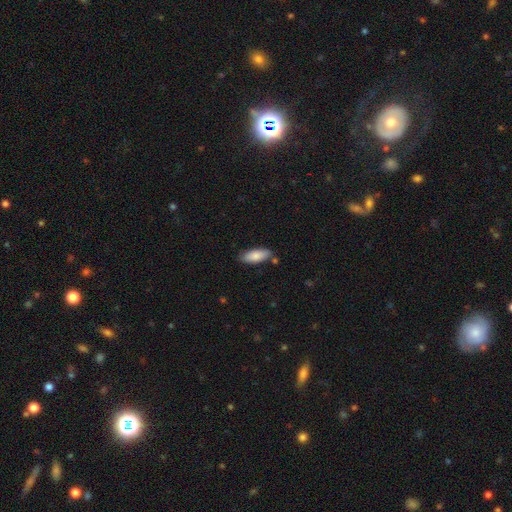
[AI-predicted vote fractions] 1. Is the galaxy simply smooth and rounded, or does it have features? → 85% smooth, 9% featured or disk, 6% star or artifact.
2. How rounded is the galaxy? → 77% in between, 21% cigar-shaped, 2% round.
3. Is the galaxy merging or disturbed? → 80% none, 14% minor disturbance, 4% merger, 2% major disturbance.